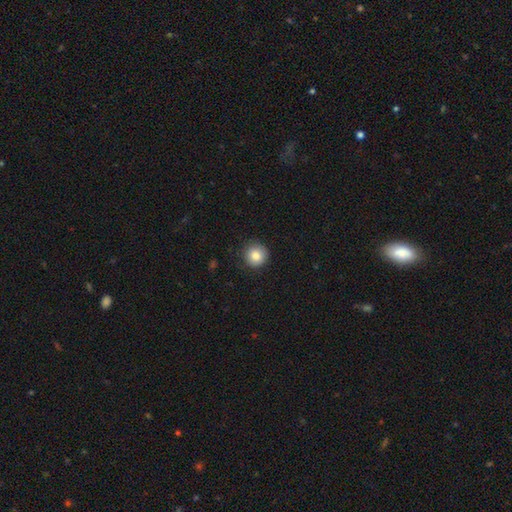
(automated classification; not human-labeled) Smooth or featured: smooth — 85% (star or artifact — 9%)
How rounded: round — 94% (in between — 5%)
Merging: none — 88% (minor disturbance — 9%)